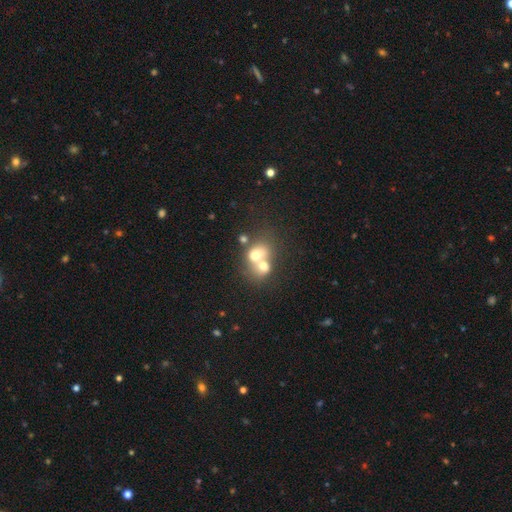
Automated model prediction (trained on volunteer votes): This appears to be a smooth galaxy with no disk features (63%) that is round (56%). Merging: merger (73%).